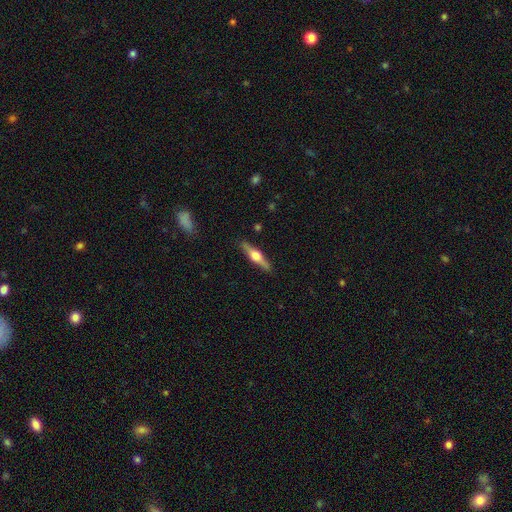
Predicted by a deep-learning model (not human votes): Smooth or featured?
  - featured or disk: 68% *
  - smooth: 27%
  - star or artifact: 5%
Edge-on disk?
  - yes: 97% *
  - no: 3%
Edge-on bulge?
  - rounded: 94% *
  - boxy: 4%
  - none: 2%
Merging?
  - none: 89% *
  - minor disturbance: 8%
  - major disturbance: 2%
  - merger: 1%